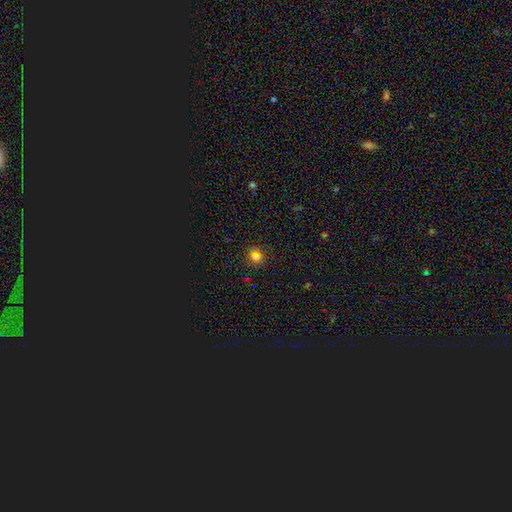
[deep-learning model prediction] A smooth galaxy with no disk features (65%) that is round (84%). Merging: none (82%).